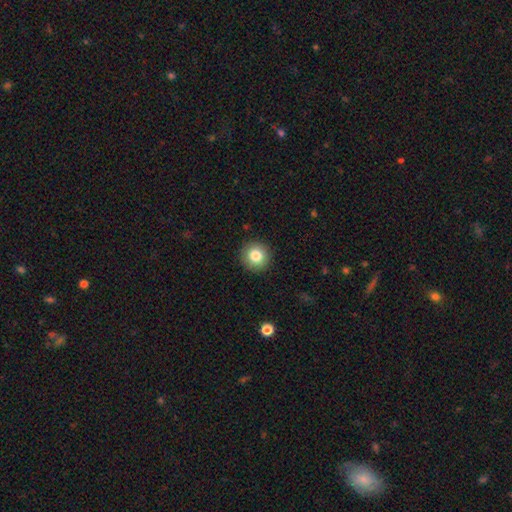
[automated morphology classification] type=smooth (82%); roundness=round (95%); merging=none (92%).